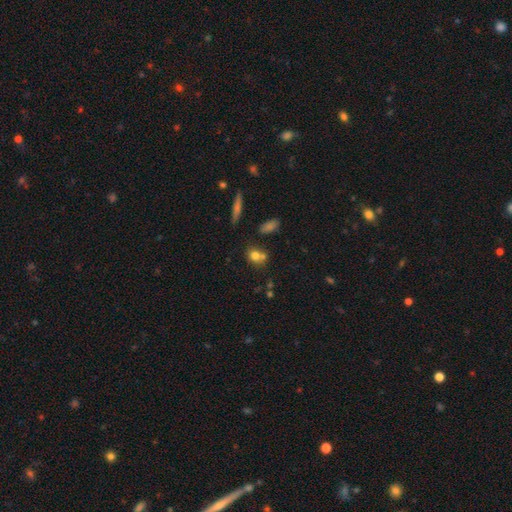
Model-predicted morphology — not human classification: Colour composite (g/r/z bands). It shows a smooth galaxy with no disk features (74%) that is round (59%). Merging: none (46%).